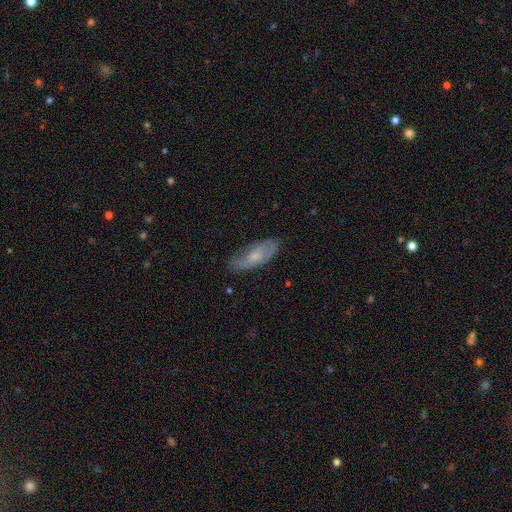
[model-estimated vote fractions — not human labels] smooth_or_featured: smooth (p=0.49) [alt: featured or disk p=0.44]
merging: none (p=0.67) [alt: minor disturbance p=0.25]